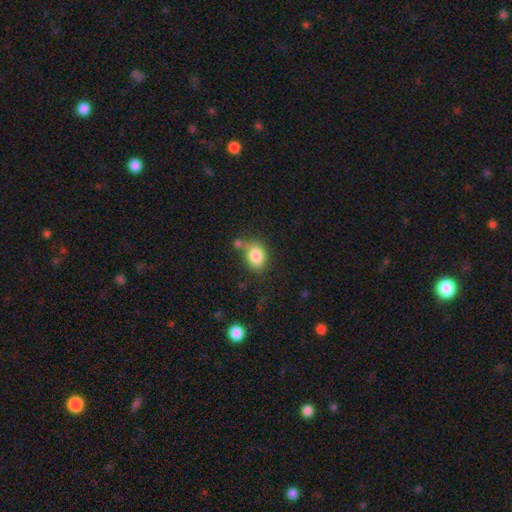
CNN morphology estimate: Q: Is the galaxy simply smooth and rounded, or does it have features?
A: smooth — 84%.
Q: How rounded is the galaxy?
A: in between — 61%.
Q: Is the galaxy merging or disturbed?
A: none — 61%.